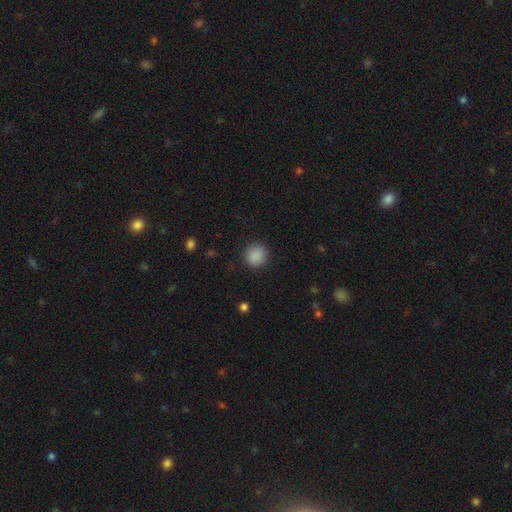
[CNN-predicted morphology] Q: Smooth or featured?
A: smooth (88%); runner-up: star or artifact (9%)
Q: How rounded?
A: round (93%); runner-up: in between (6%)
Q: Merging?
A: none (91%); runner-up: minor disturbance (6%)